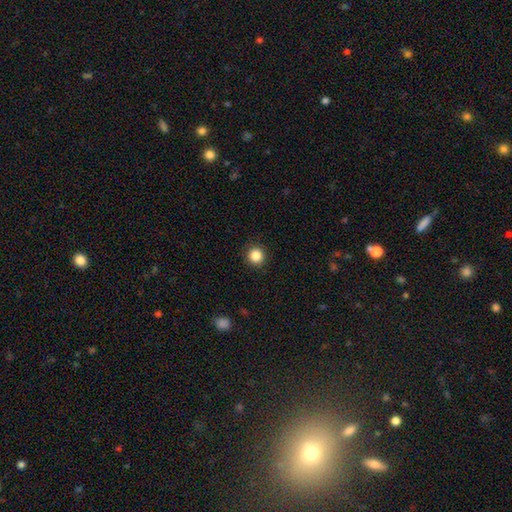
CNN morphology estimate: Smooth or featured?
  - smooth: 86% *
  - star or artifact: 10%
  - featured or disk: 4%
How rounded?
  - round: 94% *
  - in between: 5%
  - cigar-shaped: 1%
Merging?
  - none: 92% *
  - minor disturbance: 5%
  - major disturbance: 2%
  - merger: 1%